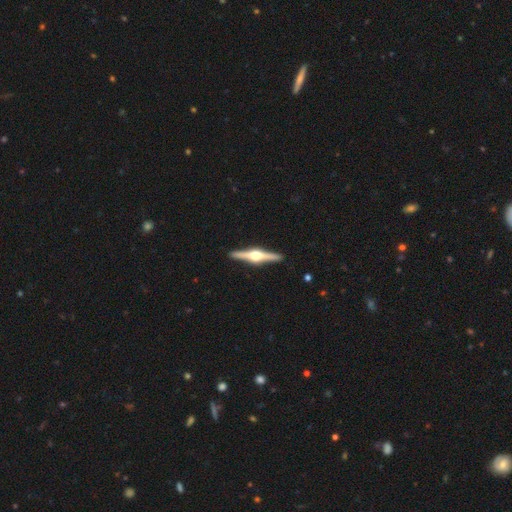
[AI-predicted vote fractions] Smooth or featured? Predicted: featured or disk (p=0.85). Edge-on disk? Predicted: yes (p=0.98). Edge-on bulge? Predicted: rounded (p=0.96). Merging? Predicted: none (p=0.92).